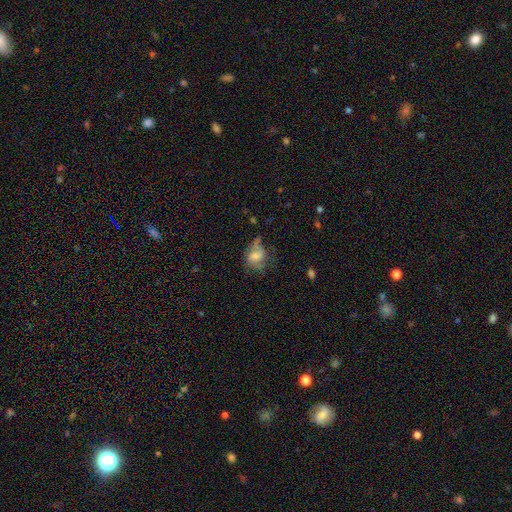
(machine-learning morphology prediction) Overall: smooth (48%; featured or disk 41%). Merging: major disturbance (36%; none 30%).